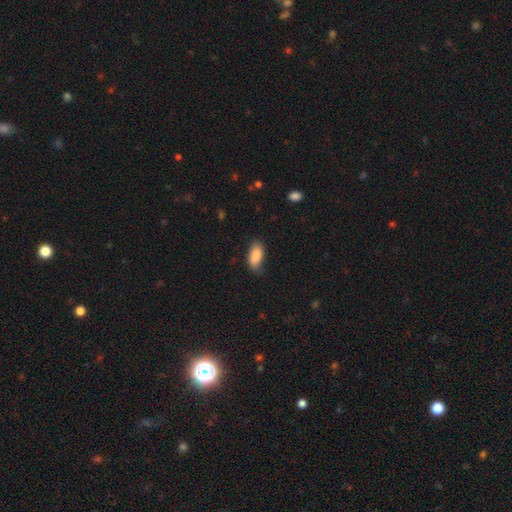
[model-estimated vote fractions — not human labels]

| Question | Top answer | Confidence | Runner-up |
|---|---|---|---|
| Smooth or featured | smooth | 87% | featured or disk (7%) |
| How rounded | in between | 89% | cigar-shaped (8%) |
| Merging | none | 73% | minor disturbance (21%) |